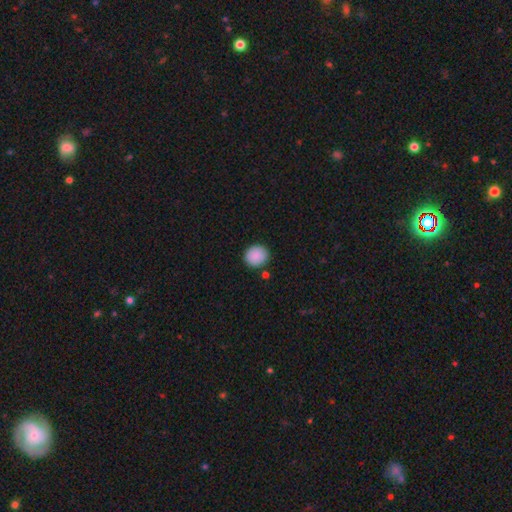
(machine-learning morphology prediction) Smooth or featured: smooth — 89% (star or artifact — 8%)
How rounded: round — 85% (in between — 14%)
Merging: none — 87% (minor disturbance — 8%)